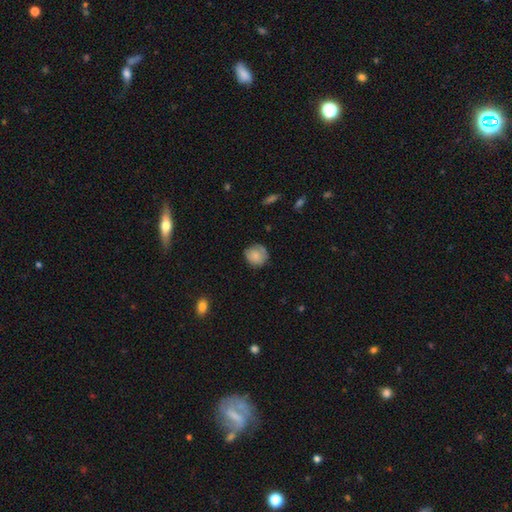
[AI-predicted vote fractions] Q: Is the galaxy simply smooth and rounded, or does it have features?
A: smooth — 78%.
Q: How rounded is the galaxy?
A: round — 84%.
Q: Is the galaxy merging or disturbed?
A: none — 69%.